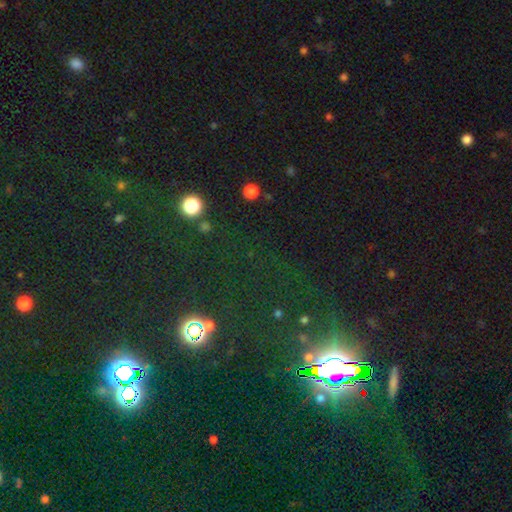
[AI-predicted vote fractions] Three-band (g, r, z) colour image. It shows a star or artifact, not a galaxy (76%).